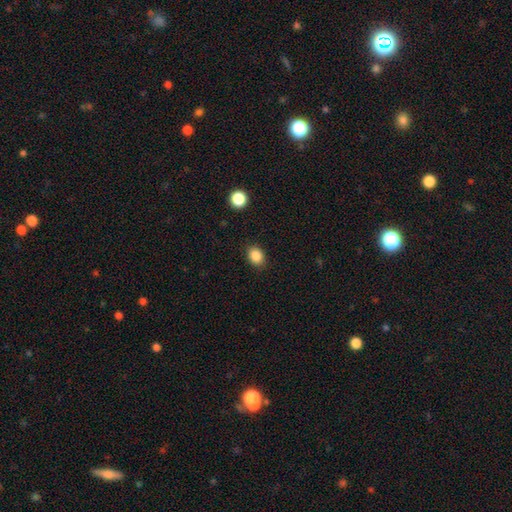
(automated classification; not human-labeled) smooth 86%, star or artifact 10%, featured or disk 4%. Down the decision tree: how rounded — in between (55%); merging — none (86%).